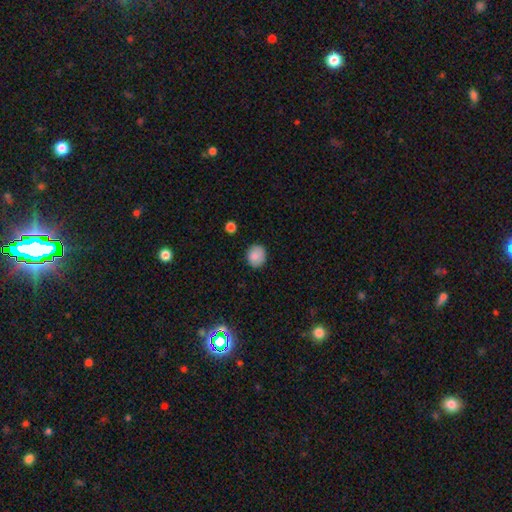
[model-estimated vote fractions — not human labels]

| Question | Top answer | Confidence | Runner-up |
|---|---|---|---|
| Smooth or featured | smooth | 86% | star or artifact (8%) |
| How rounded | round | 73% | in between (26%) |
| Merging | none | 86% | minor disturbance (10%) |